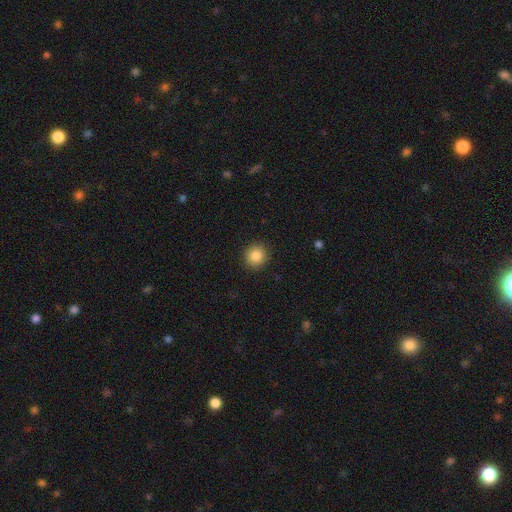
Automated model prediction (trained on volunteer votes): Smooth or featured? Predicted: smooth (p=0.86). How rounded? Predicted: round (p=0.90). Merging? Predicted: none (p=0.92).